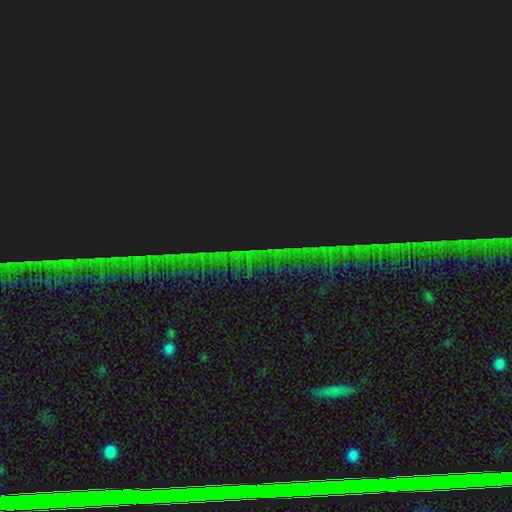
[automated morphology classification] type=star or artifact (88%).